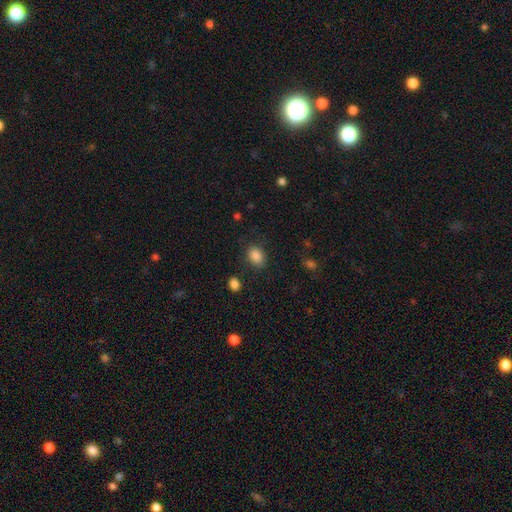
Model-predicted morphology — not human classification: Smooth or featured? Predicted: smooth (p=0.87). How rounded? Predicted: in between (p=0.65). Merging? Predicted: none (p=0.79).